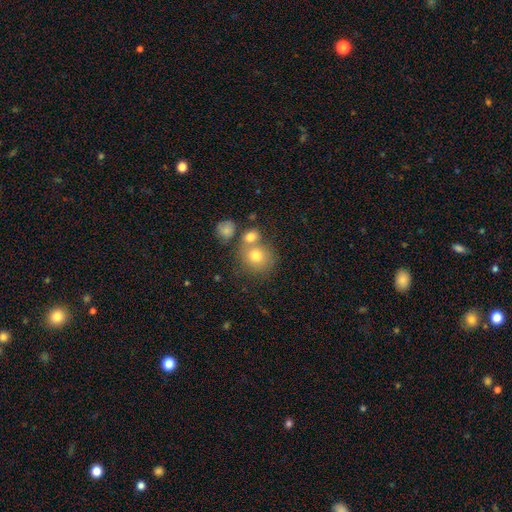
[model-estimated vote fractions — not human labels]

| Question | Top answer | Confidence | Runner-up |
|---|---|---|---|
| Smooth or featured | smooth | 74% | featured or disk (14%) |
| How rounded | round | 85% | in between (14%) |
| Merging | none | 53% | merger (33%) |